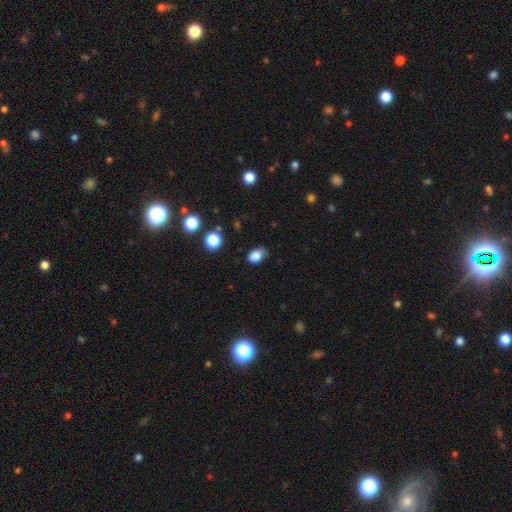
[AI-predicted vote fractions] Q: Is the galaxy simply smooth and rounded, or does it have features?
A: smooth — 84%.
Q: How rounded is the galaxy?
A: in between — 77%.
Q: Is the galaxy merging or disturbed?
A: none — 71%.